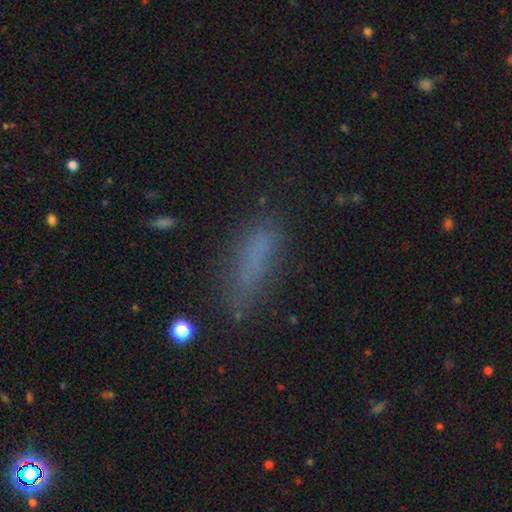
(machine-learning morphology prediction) smooth 69%, featured or disk 16%, star or artifact 15%. Down the decision tree: how rounded — cigar-shaped (65%); merging — none (62%).